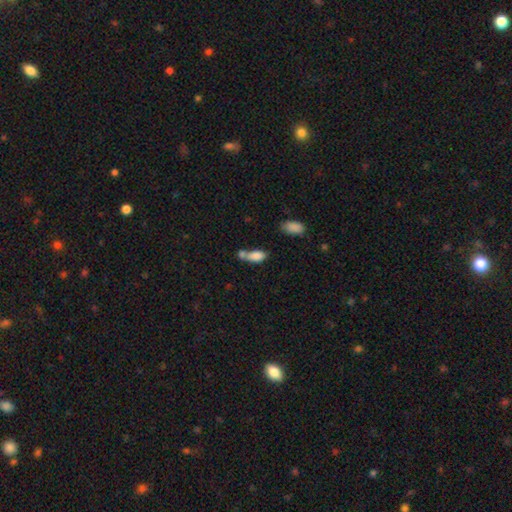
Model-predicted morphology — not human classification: type=smooth (81%); roundness=in between (84%); merging=merger (54%).